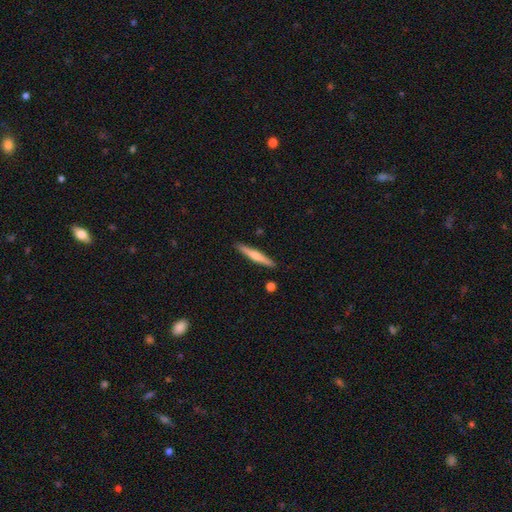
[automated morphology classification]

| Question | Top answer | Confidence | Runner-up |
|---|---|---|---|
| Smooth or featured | smooth | 50% | featured or disk (45%) |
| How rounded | cigar-shaped | 94% | in between (5%) |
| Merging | none | 89% | minor disturbance (7%) |